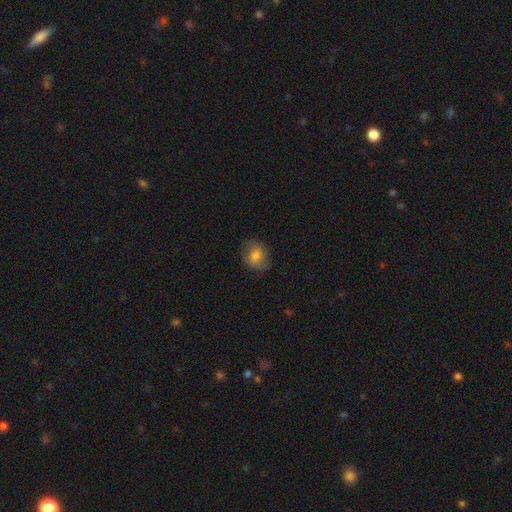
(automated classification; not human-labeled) Q: Smooth or featured?
A: smooth (75%); runner-up: featured or disk (17%)
Q: How rounded?
A: in between (53%); runner-up: round (46%)
Q: Merging?
A: none (77%); runner-up: minor disturbance (17%)